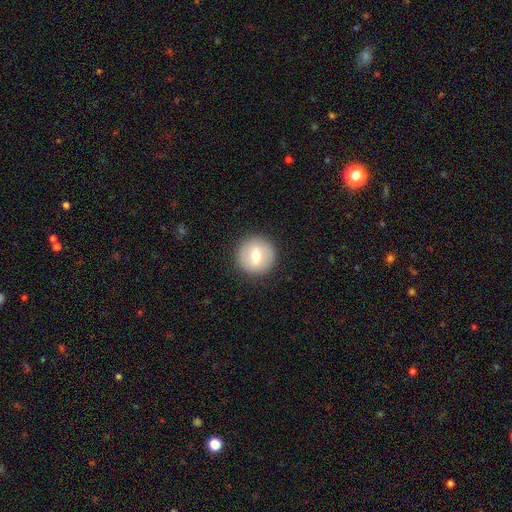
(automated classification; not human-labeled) Smooth or featured? Predicted: smooth (p=0.65). How rounded? Predicted: round (p=0.95). Merging? Predicted: none (p=0.91).